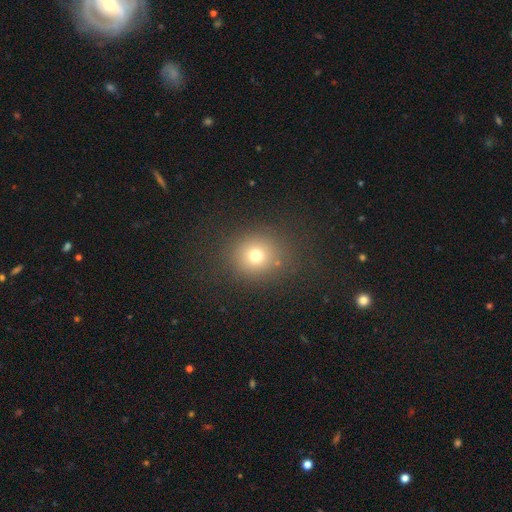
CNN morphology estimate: A smooth galaxy with no disk features (71%) that is round (83%).

Vote fractions:
- Smooth or featured? smooth: 71% / star or artifact: 18% / featured or disk: 10%
- How rounded? round: 83% / in between: 16% / cigar-shaped: 1%
- Merging? none: 84% / minor disturbance: 9% / major disturbance: 5% / merger: 2%